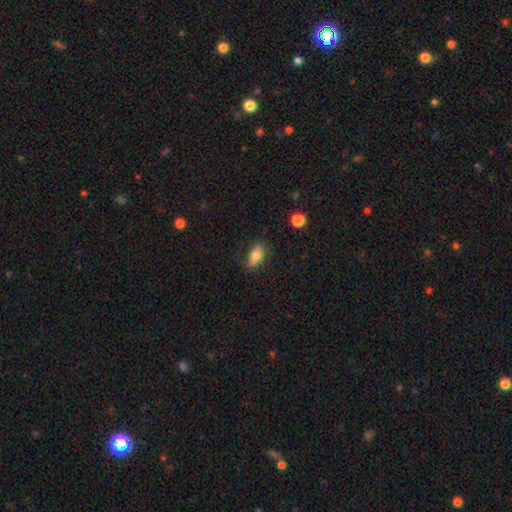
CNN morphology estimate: type=smooth (78%); roundness=in between (88%); merging=none (77%).